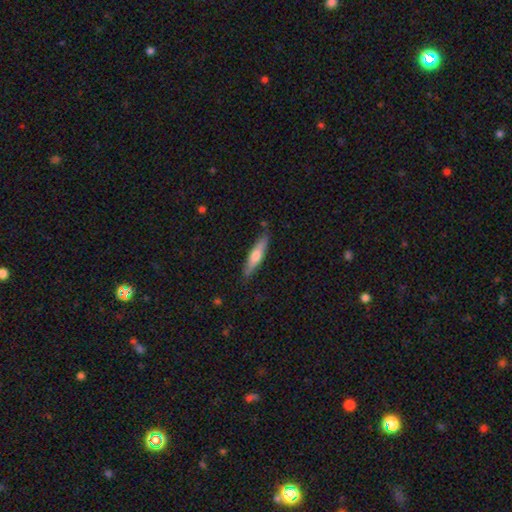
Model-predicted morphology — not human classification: Q: Smooth or featured?
A: smooth (58%); runner-up: featured or disk (37%)
Q: How rounded?
A: cigar-shaped (81%); runner-up: in between (17%)
Q: Merging?
A: none (84%); runner-up: minor disturbance (12%)